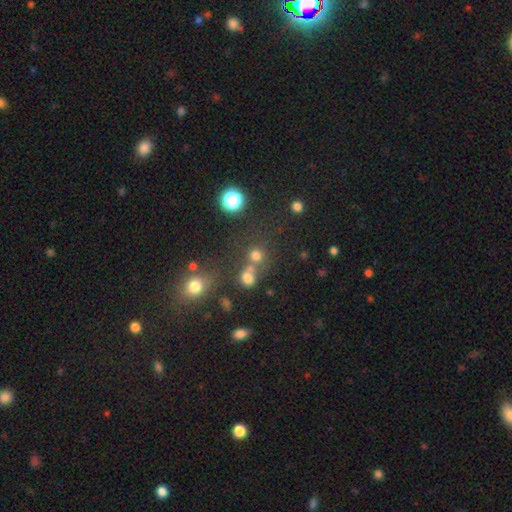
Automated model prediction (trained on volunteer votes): This appears to be a smooth galaxy with no disk features (71%) that is round (88%). Merging: none (58%).